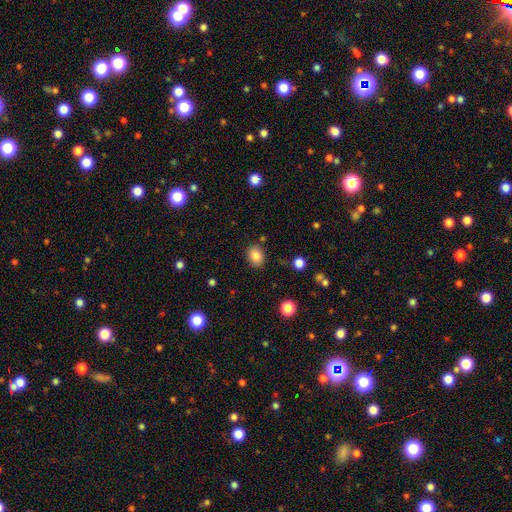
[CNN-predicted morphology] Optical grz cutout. It shows a smooth galaxy with no disk features (85%) that is in between round and cigar-shaped (53%). Merging: none (84%).